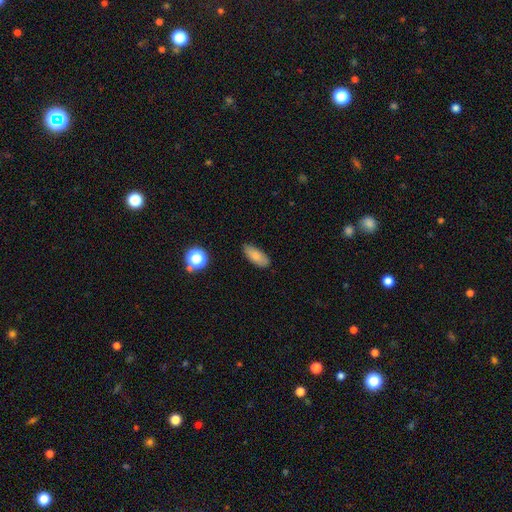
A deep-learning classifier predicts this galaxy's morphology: This is clearly a smooth galaxy (81%). How rounded: clearly in between (81%). Merging: clearly none (80%).